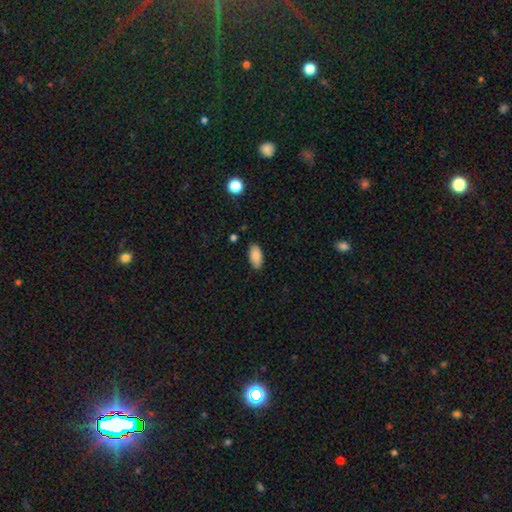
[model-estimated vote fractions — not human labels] Smooth or featured: smooth — 88% (star or artifact — 7%)
How rounded: in between — 92% (cigar-shaped — 6%)
Merging: none — 84% (minor disturbance — 12%)